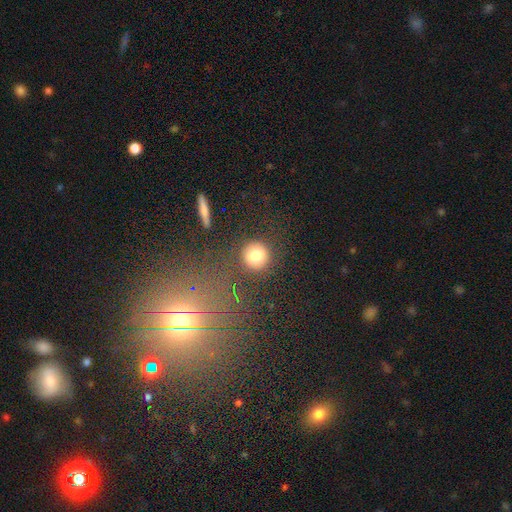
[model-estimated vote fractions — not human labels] Smooth or featured: smooth — 80% (star or artifact — 12%)
How rounded: round — 90% (in between — 9%)
Merging: none — 85% (minor disturbance — 9%)